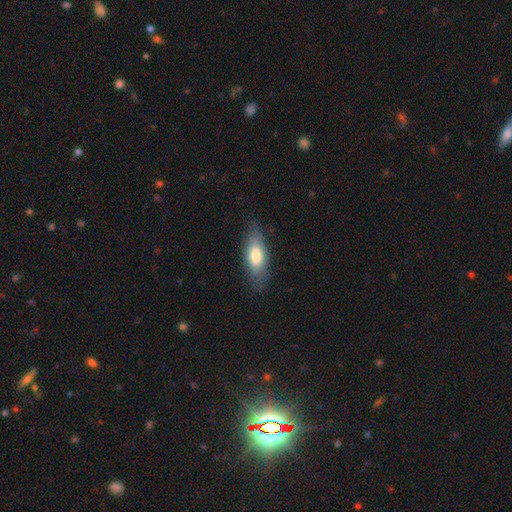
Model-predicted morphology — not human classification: This is likely a smooth galaxy (74%). How rounded: likely in between (73%). Merging: likely none (77%).